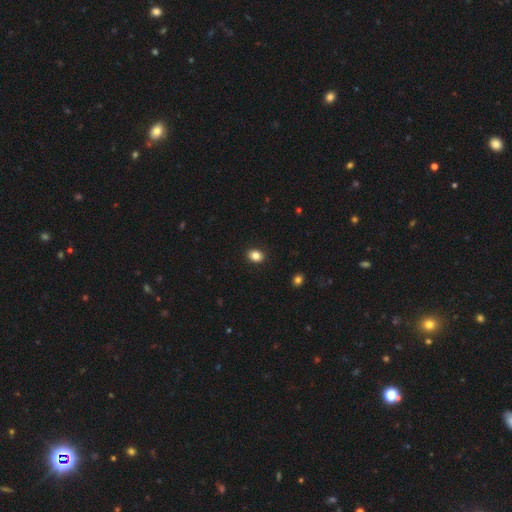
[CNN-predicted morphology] A smooth galaxy with no disk features (85%) that is in between round and cigar-shaped (57%). Merging: none (90%).